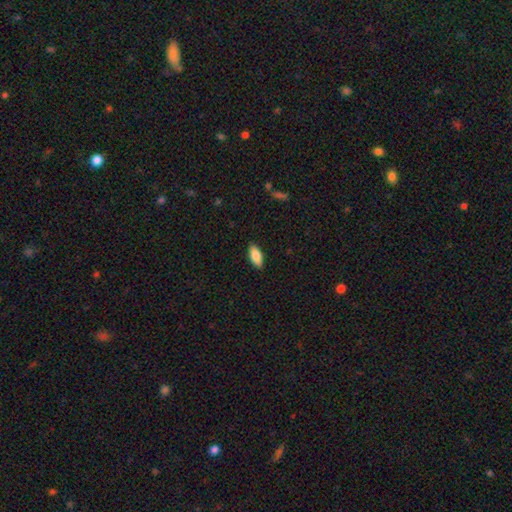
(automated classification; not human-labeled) A smooth galaxy with no disk features (85%) that is in between round and cigar-shaped (83%). Merging: none (89%).